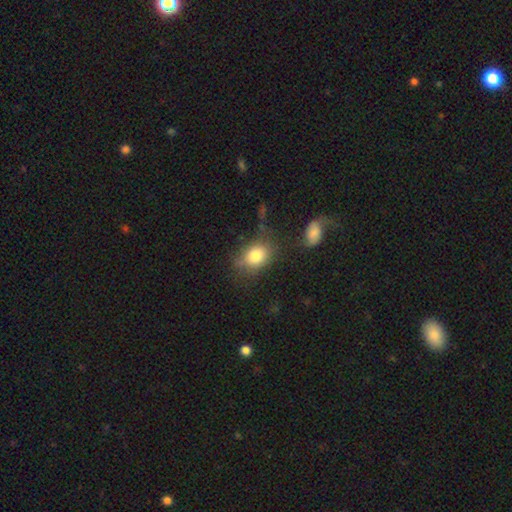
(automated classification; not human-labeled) Smooth or featured? smooth (81%)
How rounded? in between (60%)
Merging? none (64%)